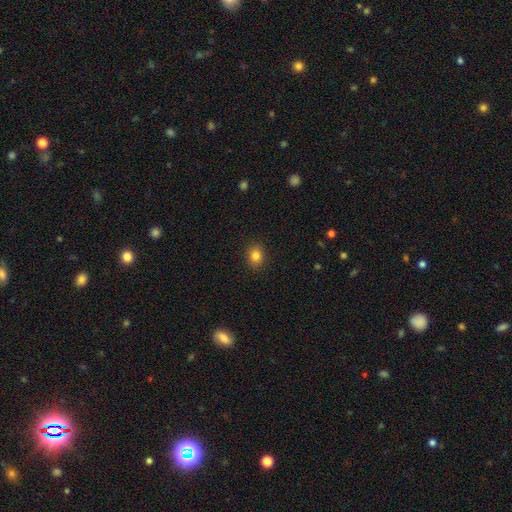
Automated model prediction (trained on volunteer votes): This is clearly a smooth galaxy (83%). How rounded: likely round (61%). Merging: clearly none (90%).